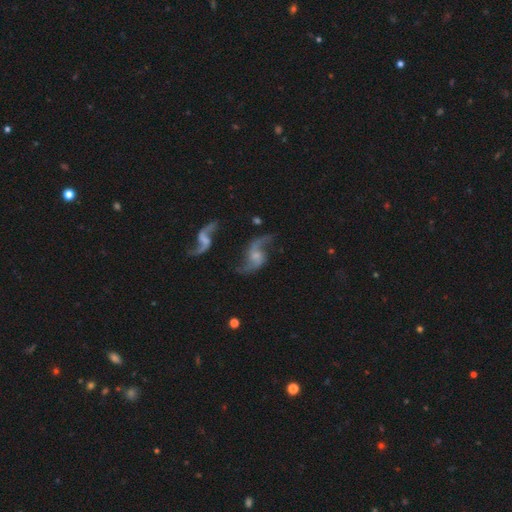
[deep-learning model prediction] This is clearly a featured or disk galaxy (89%). It is clearly not viewed edge-on (97%). Bar: possibly no (51%). Spiral arm pattern: clearly yes (96%). Spiral arm count: clearly 2 (92%). Spiral winding: clearly loose (83%). Central bulge: marginally small (39%). Merging: likely none (63%).